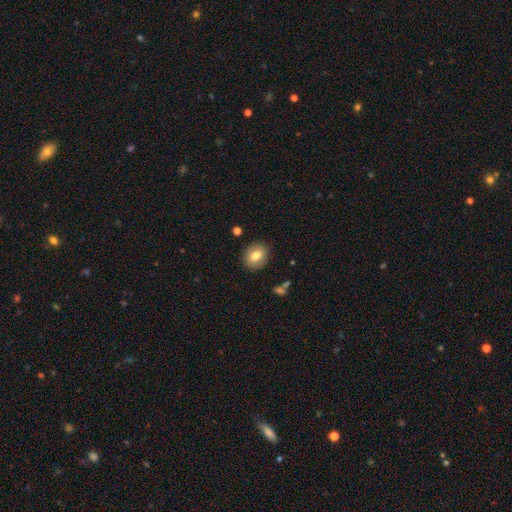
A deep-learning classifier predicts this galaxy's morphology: Smooth or featured? Predicted: smooth (p=0.79). How rounded? Predicted: round (p=0.56). Merging? Predicted: none (p=0.88).